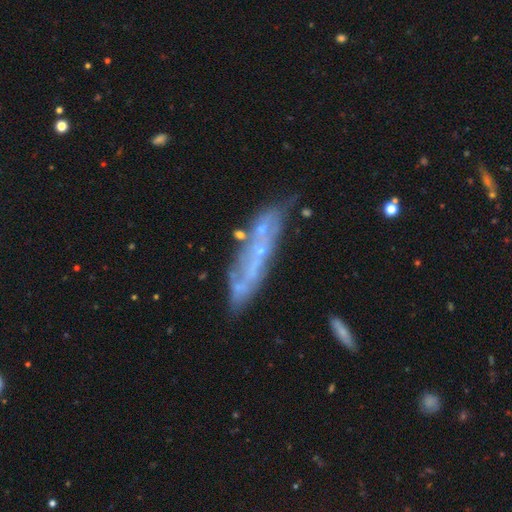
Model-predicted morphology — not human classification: This appears to be a featured or disk galaxy (64%). Merging: none (64%).